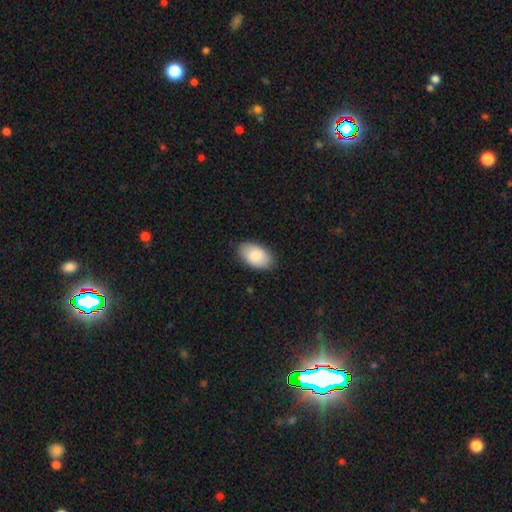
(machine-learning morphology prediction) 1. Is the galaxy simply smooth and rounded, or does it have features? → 87% smooth, 7% featured or disk, 6% star or artifact.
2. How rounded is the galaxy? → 94% in between, 5% round, 1% cigar-shaped.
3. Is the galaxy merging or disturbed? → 86% none, 11% minor disturbance, 2% major disturbance, 1% merger.